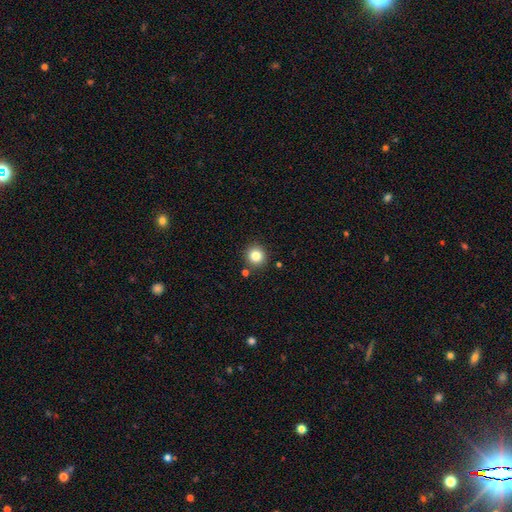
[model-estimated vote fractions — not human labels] A smooth galaxy with no disk features (83%) that is round (92%). Merging: none (88%).